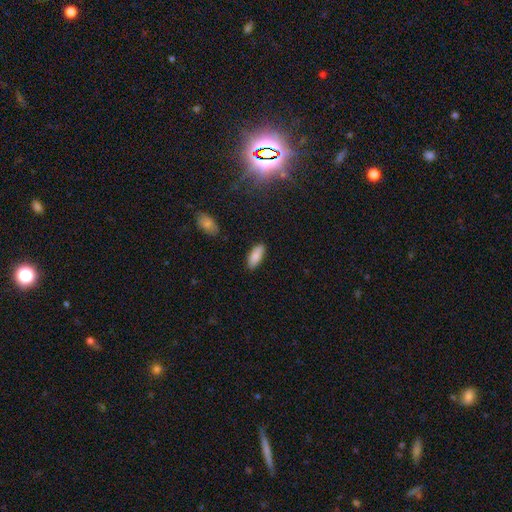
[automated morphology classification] type=smooth (87%); roundness=in between (82%); merging=none (85%).